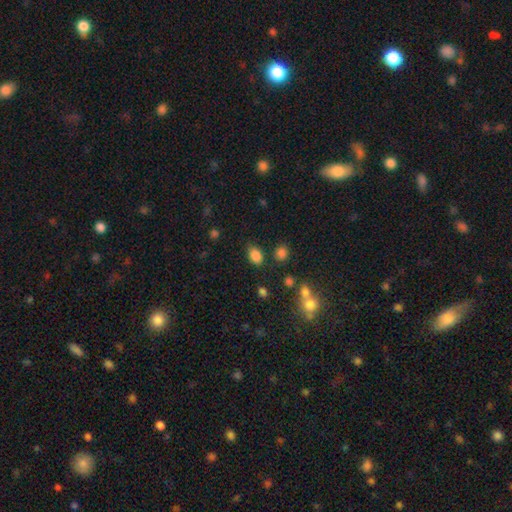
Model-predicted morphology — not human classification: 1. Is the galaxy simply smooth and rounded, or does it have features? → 83% smooth, 12% star or artifact, 5% featured or disk.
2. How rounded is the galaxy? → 81% in between, 18% round, 2% cigar-shaped.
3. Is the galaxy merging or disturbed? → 73% none, 17% minor disturbance, 5% merger, 5% major disturbance.